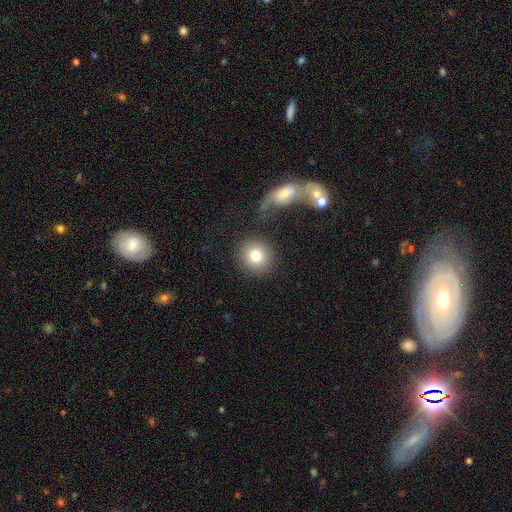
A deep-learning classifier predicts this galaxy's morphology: Q: Smooth or featured?
A: smooth (81%); runner-up: featured or disk (10%)
Q: How rounded?
A: round (90%); runner-up: in between (9%)
Q: Merging?
A: none (81%); runner-up: minor disturbance (8%)